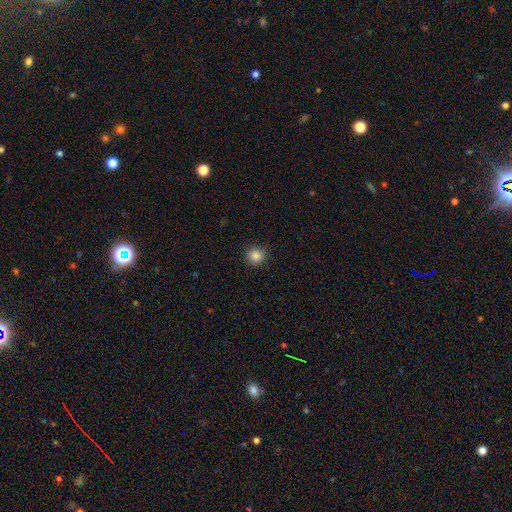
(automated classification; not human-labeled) The model was most divided on "smooth or featured": smooth: 84%, star or artifact: 11%, featured or disk: 4%. More confident: how rounded — round (94%); merging — none (91%).